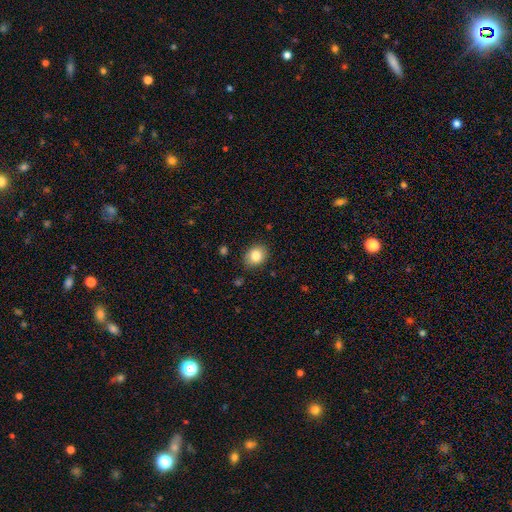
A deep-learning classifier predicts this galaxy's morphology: Smooth or featured: smooth — 84% (star or artifact — 9%)
How rounded: in between — 51% (round — 49%)
Merging: none — 85% (minor disturbance — 11%)